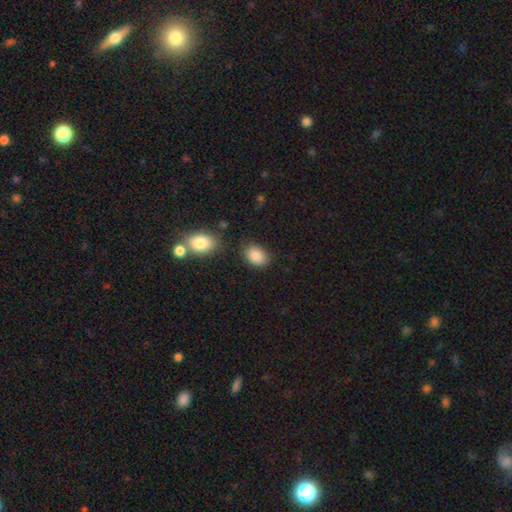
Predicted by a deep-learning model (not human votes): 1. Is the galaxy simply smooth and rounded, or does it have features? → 87% smooth, 8% star or artifact, 5% featured or disk.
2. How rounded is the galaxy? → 79% in between, 20% round, 1% cigar-shaped.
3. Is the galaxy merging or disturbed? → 79% none, 13% minor disturbance, 4% merger, 4% major disturbance.